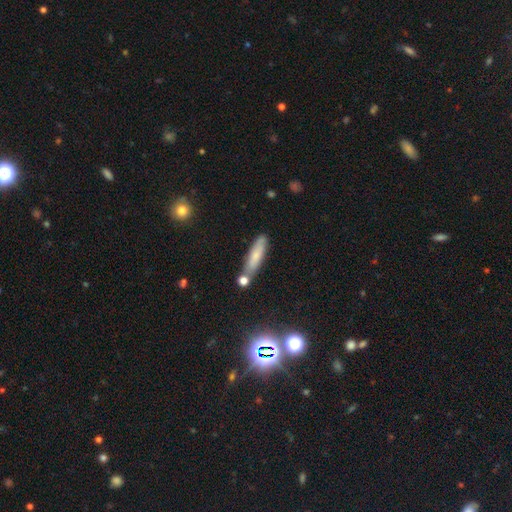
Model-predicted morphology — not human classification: A smooth galaxy with no disk features (70%) that is cigar-shaped (78%). Merging: none (72%).